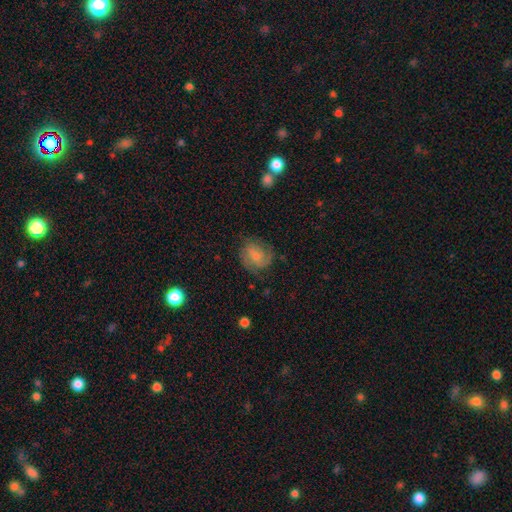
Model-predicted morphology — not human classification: Smooth or featured: featured or disk — 54% (smooth — 38%)
Edge-on disk: no — 97% (yes — 3%)
Bar: no — 52% (weak — 39%)
Spiral arms: yes — 87% (no — 13%)
Bulge size: small — 54% (moderate — 29%)
Merging: none — 67% (minor disturbance — 21%)